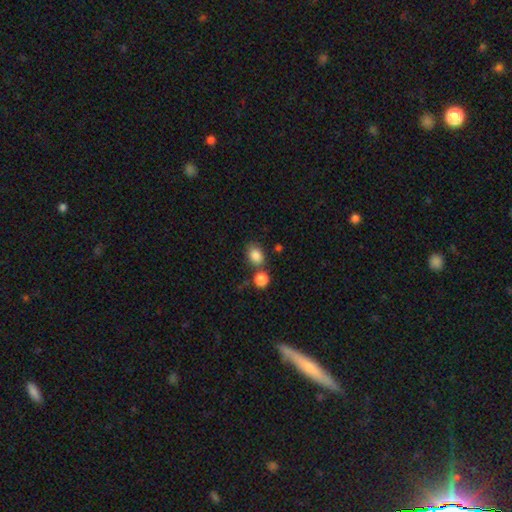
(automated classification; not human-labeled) Morphology: type=smooth (85%); roundness=in between (61%); merging=none (59%).